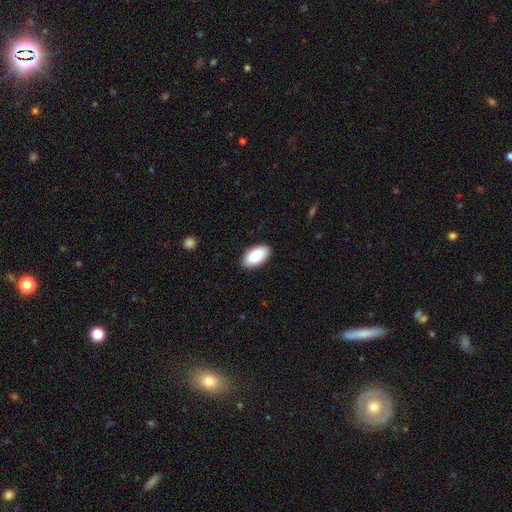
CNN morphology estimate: Smooth or featured?
  - smooth: 90% *
  - star or artifact: 6%
  - featured or disk: 4%
How rounded?
  - in between: 96% *
  - round: 2%
  - cigar-shaped: 2%
Merging?
  - none: 89% *
  - minor disturbance: 8%
  - major disturbance: 2%
  - merger: 1%